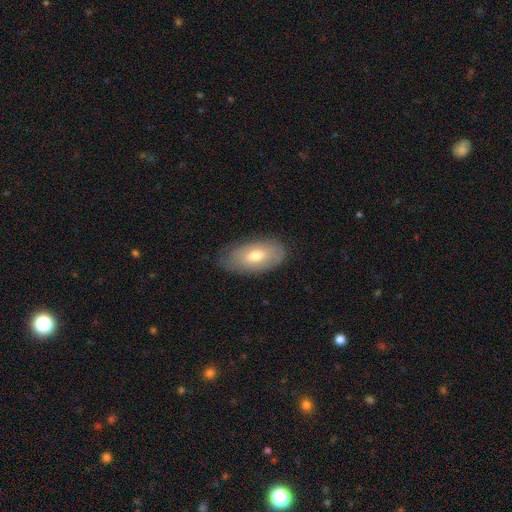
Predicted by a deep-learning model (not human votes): smooth-or-featured: smooth: 65% | featured or disk: 28% | star or artifact: 7%
  how-rounded: in between: 92% | round: 4% | cigar-shaped: 4%
  merging: none: 79% | minor disturbance: 16% | major disturbance: 4% | merger: 1%